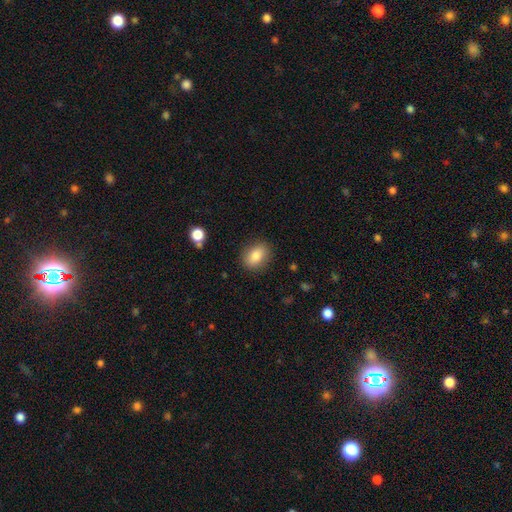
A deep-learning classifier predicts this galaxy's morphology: Smooth or featured?
  - smooth: 83% *
  - featured or disk: 9%
  - star or artifact: 8%
How rounded?
  - in between: 73% *
  - round: 25%
  - cigar-shaped: 2%
Merging?
  - none: 86% *
  - minor disturbance: 10%
  - major disturbance: 3%
  - merger: 1%